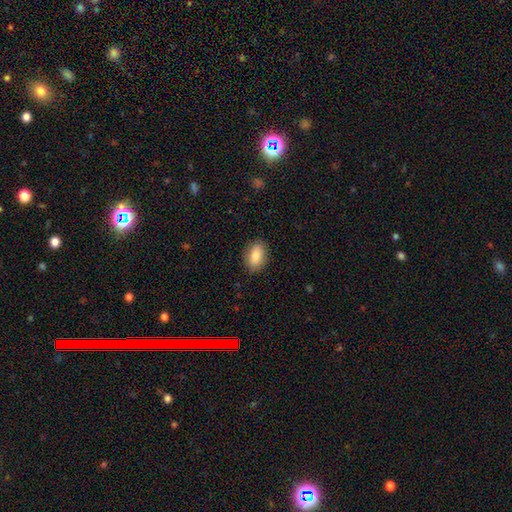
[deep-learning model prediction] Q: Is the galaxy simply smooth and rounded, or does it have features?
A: smooth — 84%.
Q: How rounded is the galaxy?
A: in between — 88%.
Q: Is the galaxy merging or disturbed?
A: none — 87%.